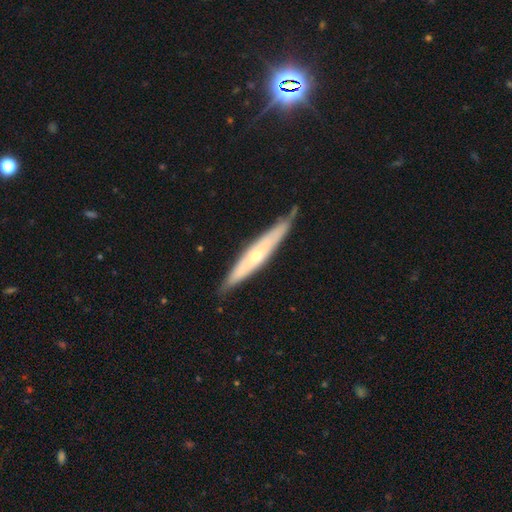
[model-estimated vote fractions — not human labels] featured or disk 63%, smooth 31%, star or artifact 6%. Down the decision tree: edge-on disk — yes (83%); edge-on bulge — rounded (74%); merging — none (81%).